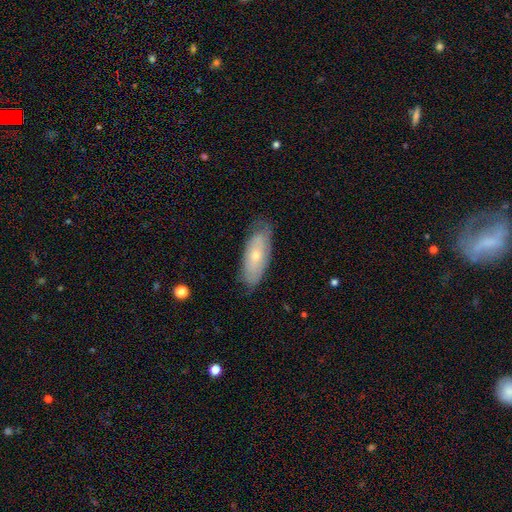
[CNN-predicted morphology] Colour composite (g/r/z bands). It shows a smooth galaxy with no disk features (51%) that is in between round and cigar-shaped (79%). Merging: none (71%).